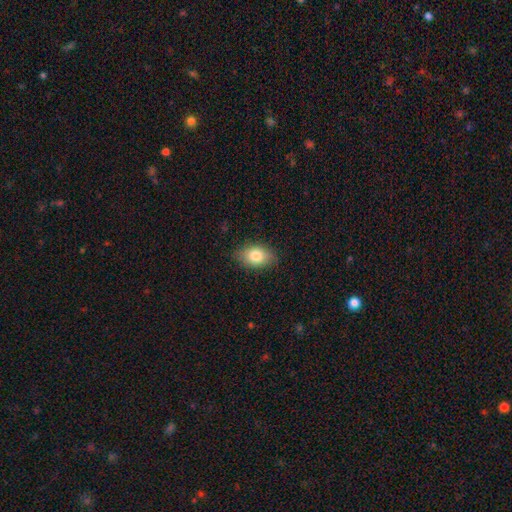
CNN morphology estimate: The model was most divided on "how rounded": in between: 85%, round: 13%, cigar-shaped: 2%. More confident: merging — none (84%); smooth or featured — smooth (82%).